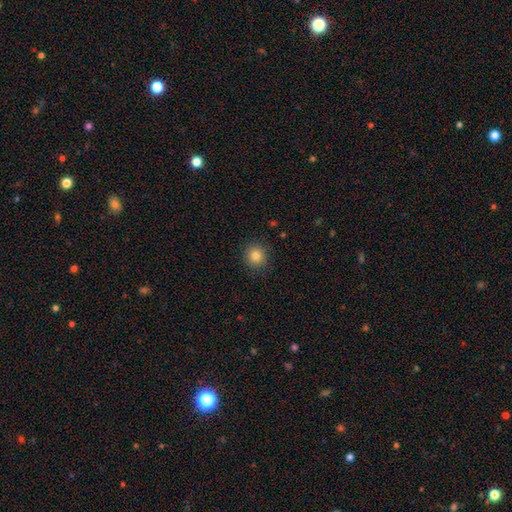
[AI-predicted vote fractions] Smooth or featured: smooth — 83% (star or artifact — 11%)
How rounded: round — 89% (in between — 10%)
Merging: none — 90% (minor disturbance — 7%)